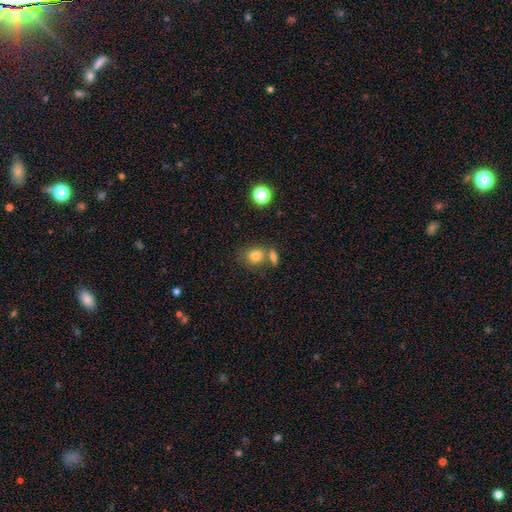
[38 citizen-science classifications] smooth-or-featured: smooth: 92% | star or artifact: 8% | featured or disk: 0%
  how-rounded: round: 71% | in between: 29% | cigar-shaped: 0%
  merging: none: 43% | merger: 40% | minor disturbance: 14% | major disturbance: 3%